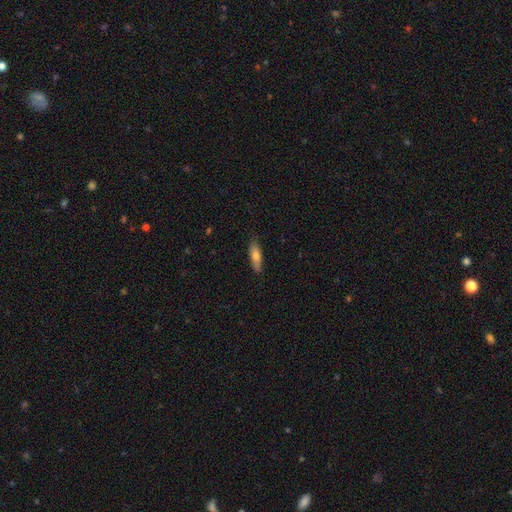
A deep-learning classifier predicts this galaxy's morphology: Smooth or featured?
  - smooth: 71% *
  - featured or disk: 23%
  - star or artifact: 6%
How rounded?
  - cigar-shaped: 51% *
  - in between: 47%
  - round: 2%
Merging?
  - none: 80% *
  - minor disturbance: 16%
  - major disturbance: 3%
  - merger: 1%